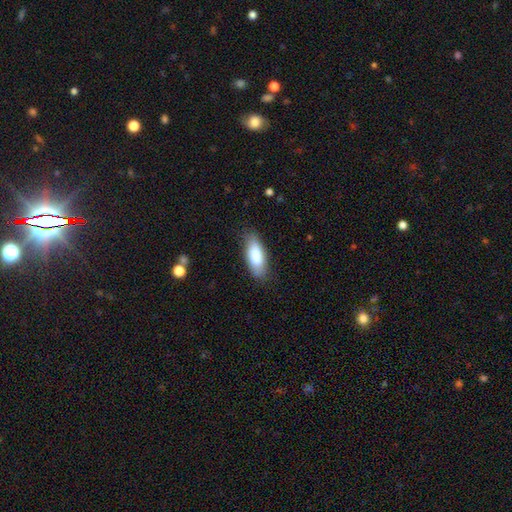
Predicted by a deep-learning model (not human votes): Q: Smooth or featured?
A: smooth (84%); runner-up: featured or disk (10%)
Q: How rounded?
A: in between (79%); runner-up: cigar-shaped (19%)
Q: Merging?
A: none (81%); runner-up: minor disturbance (14%)